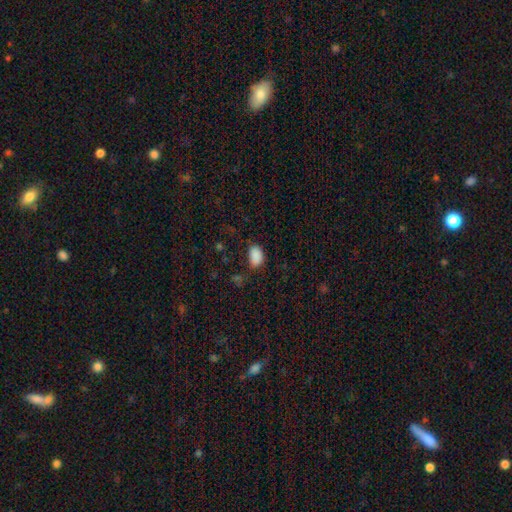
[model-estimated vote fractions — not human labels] smooth 88%, star or artifact 9%, featured or disk 3%. Down the decision tree: how rounded — in between (89%); merging — none (71%).